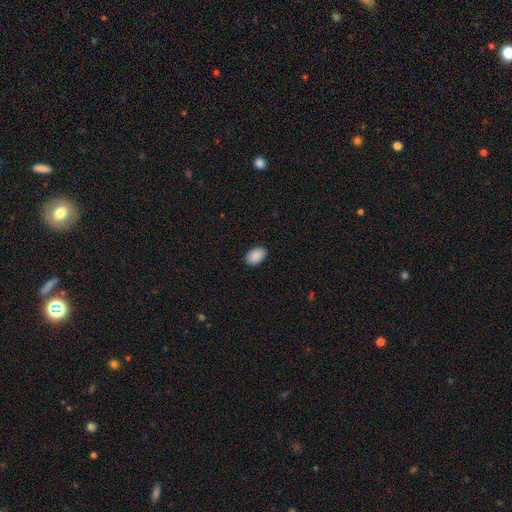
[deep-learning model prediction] This is clearly a smooth galaxy (91%). How rounded: clearly in between (89%). Merging: clearly none (90%).